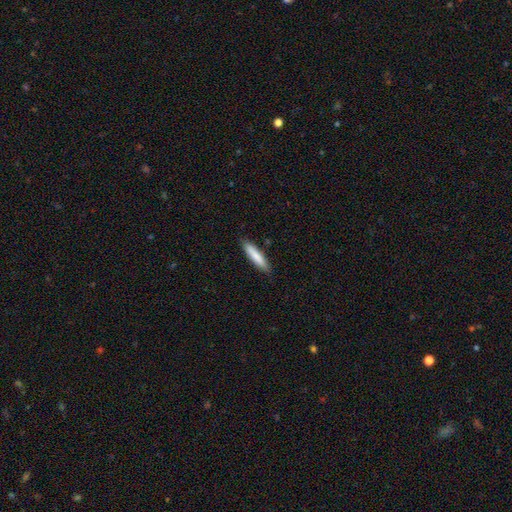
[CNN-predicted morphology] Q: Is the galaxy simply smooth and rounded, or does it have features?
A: smooth — 81%.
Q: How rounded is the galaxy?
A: cigar-shaped — 84%.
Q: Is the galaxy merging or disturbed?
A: none — 88%.